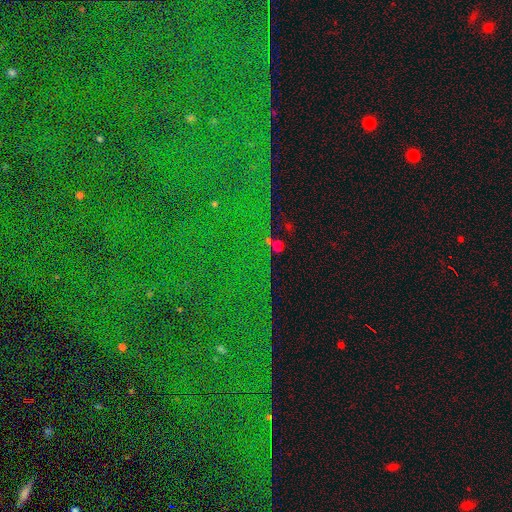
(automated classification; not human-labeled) A star or artifact, not a galaxy (85%).